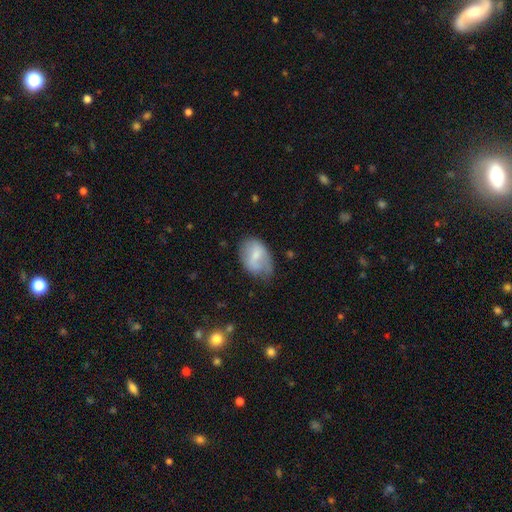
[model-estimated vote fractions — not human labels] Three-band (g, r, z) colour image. It shows a smooth galaxy with no disk features (65%) that is in between round and cigar-shaped (83%). Merging: none (47%).